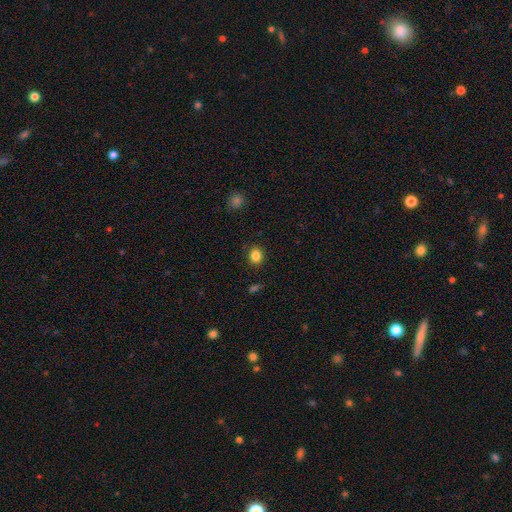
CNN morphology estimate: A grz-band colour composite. It shows a smooth galaxy with no disk features (84%) that is round (63%). Merging: none (88%).